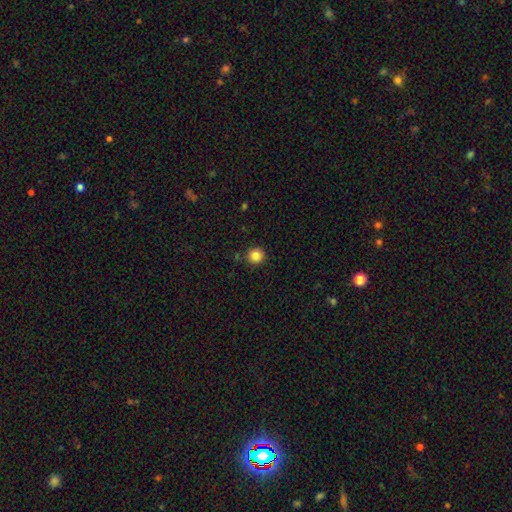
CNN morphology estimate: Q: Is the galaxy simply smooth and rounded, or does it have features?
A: smooth — 84%.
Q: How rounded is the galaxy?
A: round — 93%.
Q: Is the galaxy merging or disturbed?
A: none — 89%.